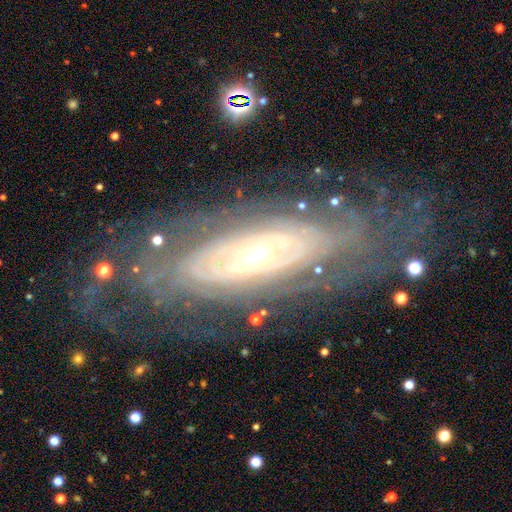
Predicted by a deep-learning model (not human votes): This is clearly a featured or disk galaxy (85%). It is clearly not viewed edge-on (84%). Bar: likely no (67%). Spiral arm pattern: clearly yes (89%). Spiral arm count: possibly can't tell (58%). Spiral winding: likely tight (77%). Central bulge: likely small (63%). Merging: likely none (75%).